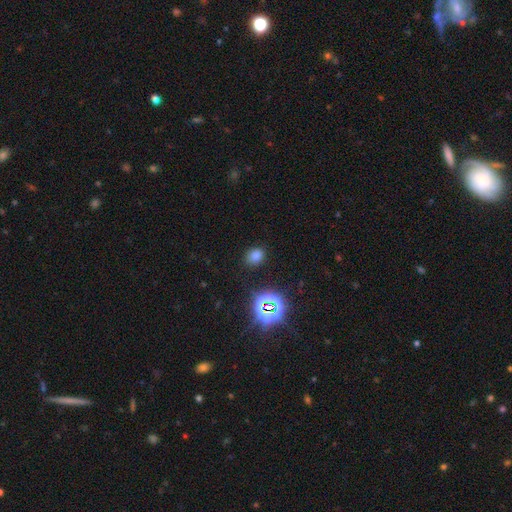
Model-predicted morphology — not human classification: This appears to be a smooth galaxy with no disk features (71%) that is round (57%). Merging: none (83%).